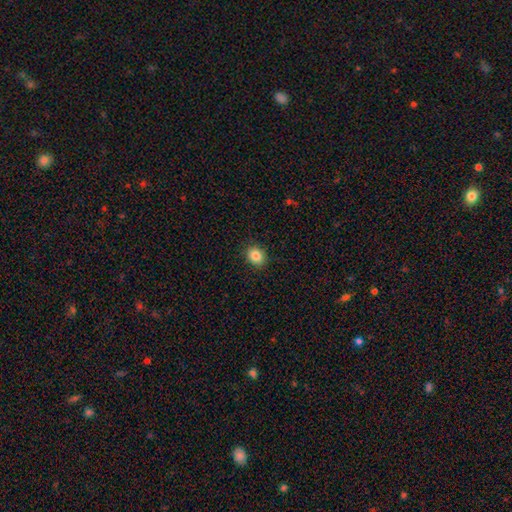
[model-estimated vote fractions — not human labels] Smooth or featured?
  - smooth: 85% *
  - star or artifact: 10%
  - featured or disk: 5%
How rounded?
  - round: 53% *
  - in between: 46%
  - cigar-shaped: 1%
Merging?
  - none: 89% *
  - minor disturbance: 8%
  - major disturbance: 2%
  - merger: 1%